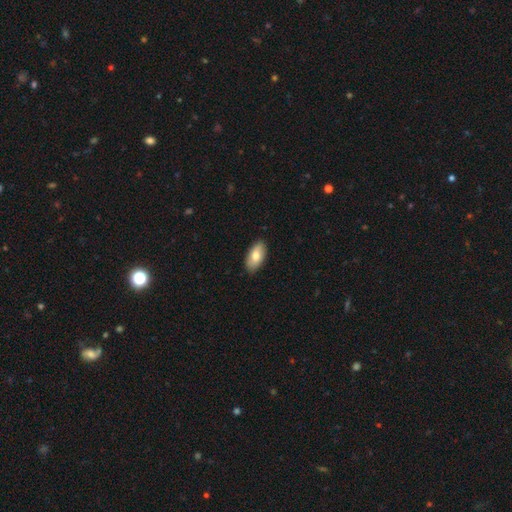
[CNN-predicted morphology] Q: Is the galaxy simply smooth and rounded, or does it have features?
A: smooth — 75%.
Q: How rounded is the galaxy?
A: in between — 93%.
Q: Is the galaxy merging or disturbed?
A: none — 87%.